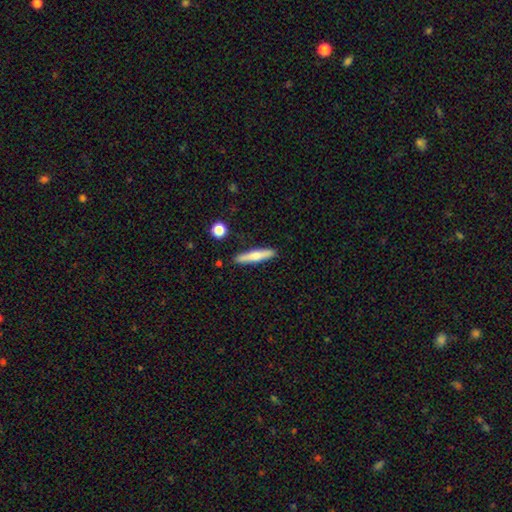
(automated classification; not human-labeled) Smooth or featured? Predicted: smooth (p=0.61). How rounded? Predicted: cigar-shaped (p=0.89). Merging? Predicted: none (p=0.87).